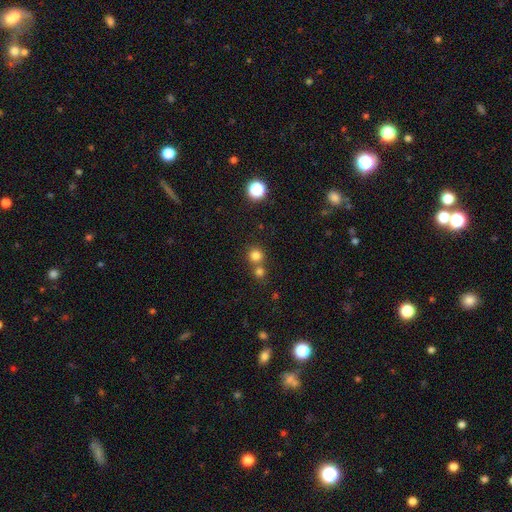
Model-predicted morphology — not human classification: Smooth or featured? Predicted: smooth (p=0.78). How rounded? Predicted: round (p=0.91). Merging? Predicted: none (p=0.59).